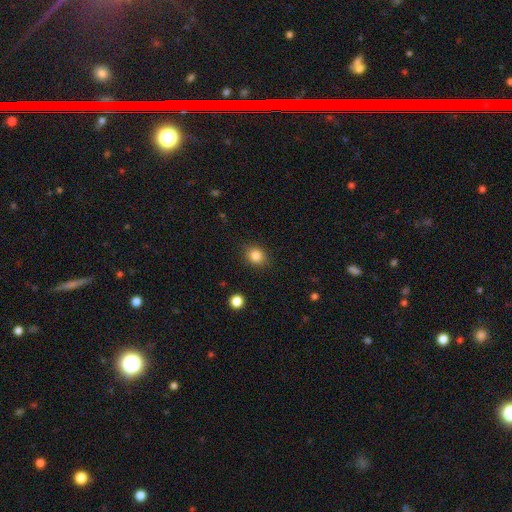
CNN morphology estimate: Smooth or featured: smooth — 84% (star or artifact — 11%)
How rounded: round — 59% (in between — 39%)
Merging: none — 86% (minor disturbance — 10%)